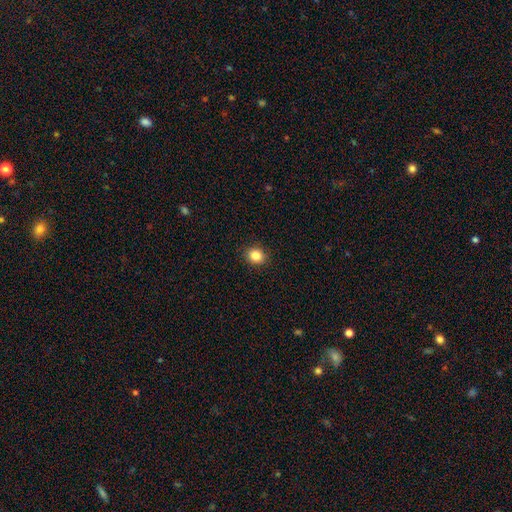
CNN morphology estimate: Overall: smooth (85%). How rounded: round (67%; in between 32%). Merging: none (91%).